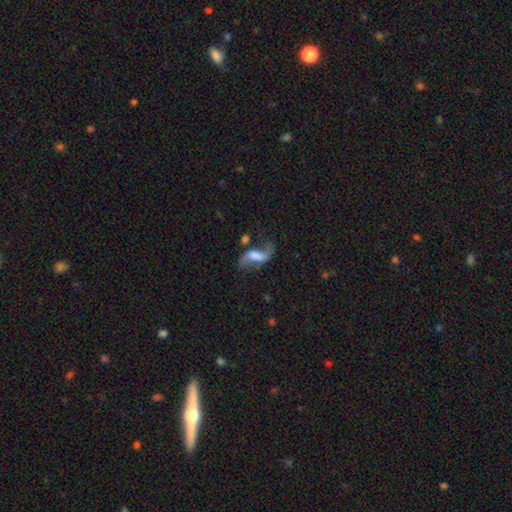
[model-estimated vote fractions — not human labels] The model was most divided on "bulge size": none: 32%, moderate: 25%, large: 21%, small: 19%, dominant: 4%. Remaining: edge-on disk — no (94%); spiral arms — yes (90%); spiral arm count — 2 (90%); spiral winding — loose (87%); smooth or featured — featured or disk (74%); merging — none (56%); bar — weak (42%).